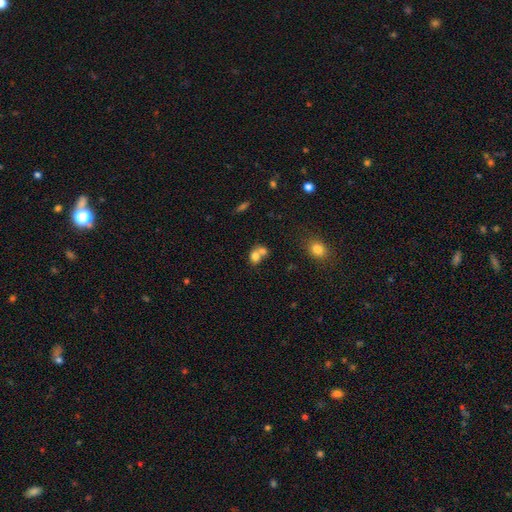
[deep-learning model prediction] Smooth or featured? smooth (75%)
How rounded? round (53%)
Merging? merger (62%)